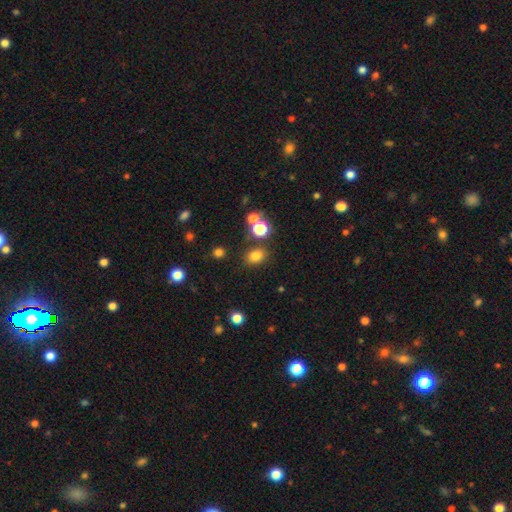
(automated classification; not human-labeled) smooth-or-featured: smooth: 78% | star or artifact: 16% | featured or disk: 6%
  how-rounded: in between: 53% | round: 46% | cigar-shaped: 1%
  merging: none: 80% | minor disturbance: 10% | merger: 7% | major disturbance: 4%